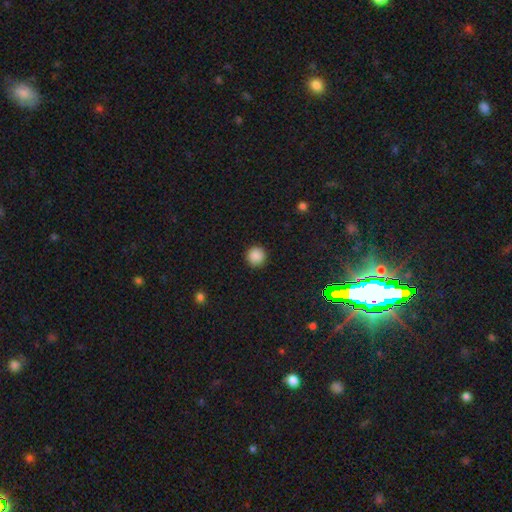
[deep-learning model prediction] This is clearly a smooth galaxy (87%). How rounded: clearly round (96%). Merging: clearly none (91%).